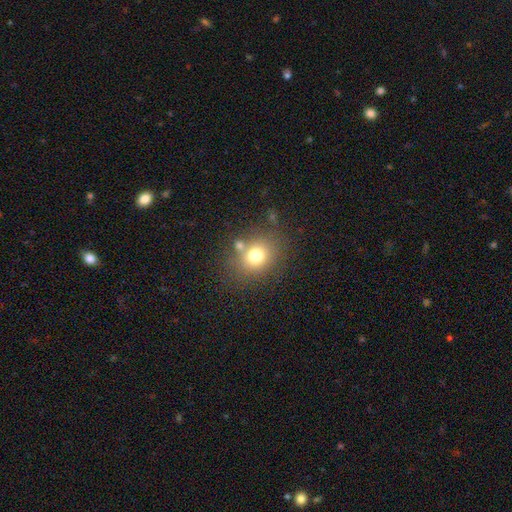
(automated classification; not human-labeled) Smooth or featured?
  - smooth: 73% *
  - star or artifact: 14%
  - featured or disk: 13%
How rounded?
  - round: 68% *
  - in between: 31%
  - cigar-shaped: 1%
Merging?
  - none: 69% *
  - minor disturbance: 13%
  - merger: 12%
  - major disturbance: 6%